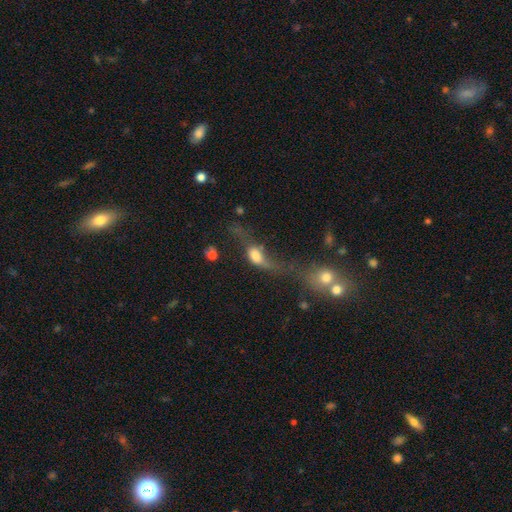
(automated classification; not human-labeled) Smooth or featured? smooth (53%)
How rounded? in between (71%)
Merging? major disturbance (41%)